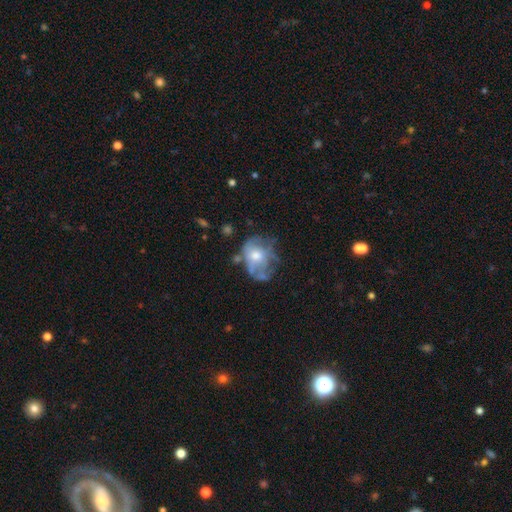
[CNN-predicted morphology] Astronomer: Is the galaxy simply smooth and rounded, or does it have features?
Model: featured or disk — 50% (runner-up: smooth, 41%).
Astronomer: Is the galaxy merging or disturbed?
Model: none — 37% (runner-up: major disturbance, 30%).